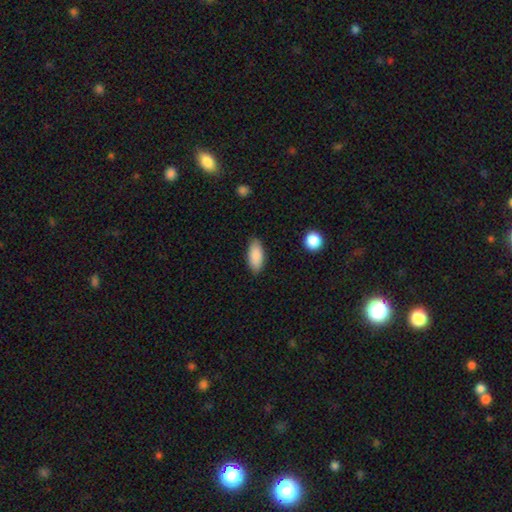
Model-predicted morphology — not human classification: This appears to be a smooth galaxy with no disk features (89%) that is in between round and cigar-shaped (86%). Merging: none (86%).